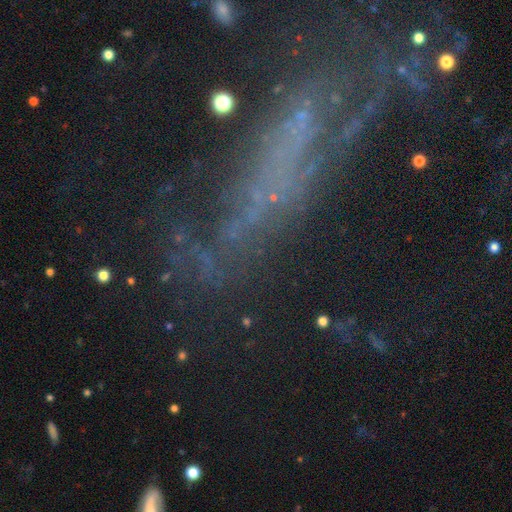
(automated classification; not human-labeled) smooth_or_featured: featured or disk (p=0.41) [alt: star or artifact p=0.35]
merging: none (p=0.50) [alt: major disturbance p=0.24]